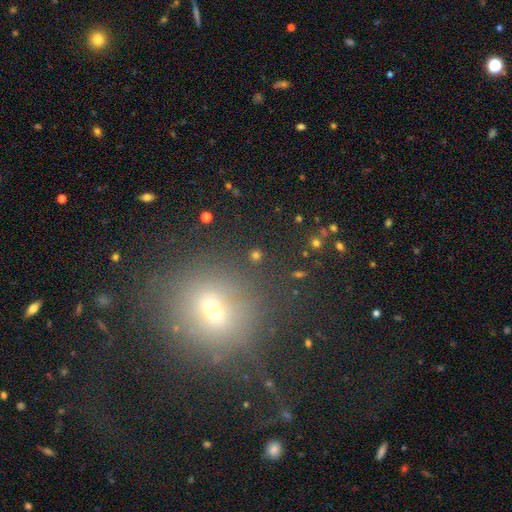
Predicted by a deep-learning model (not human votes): A smooth galaxy with no disk features (48%). Merging: none (80%).